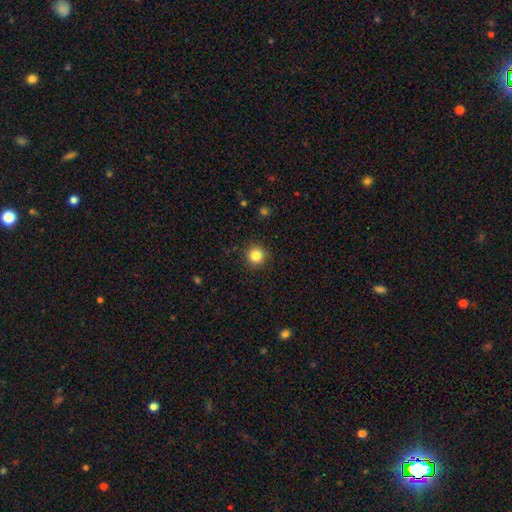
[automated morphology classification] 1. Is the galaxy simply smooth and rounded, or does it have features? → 84% smooth, 11% star or artifact, 5% featured or disk.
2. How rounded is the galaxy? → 95% round, 4% in between, 1% cigar-shaped.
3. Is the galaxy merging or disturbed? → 91% none, 6% minor disturbance, 2% major disturbance, 1% merger.